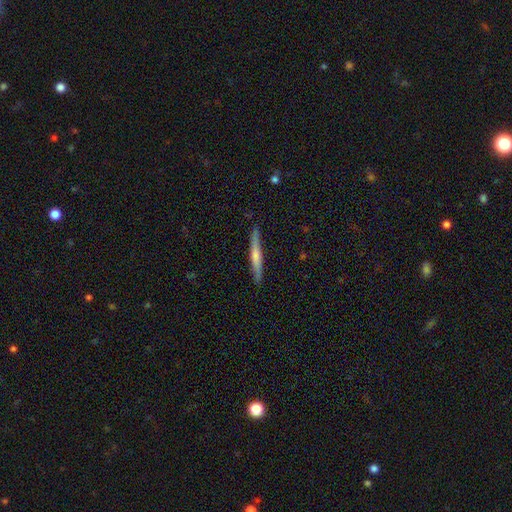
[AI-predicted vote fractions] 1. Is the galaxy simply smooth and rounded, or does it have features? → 56% featured or disk, 38% smooth, 6% star or artifact.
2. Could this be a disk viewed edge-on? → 96% yes, 4% no.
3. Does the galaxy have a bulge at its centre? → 54% rounded, 35% none, 11% boxy.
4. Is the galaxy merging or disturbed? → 88% none, 9% minor disturbance, 2% major disturbance, 1% merger.